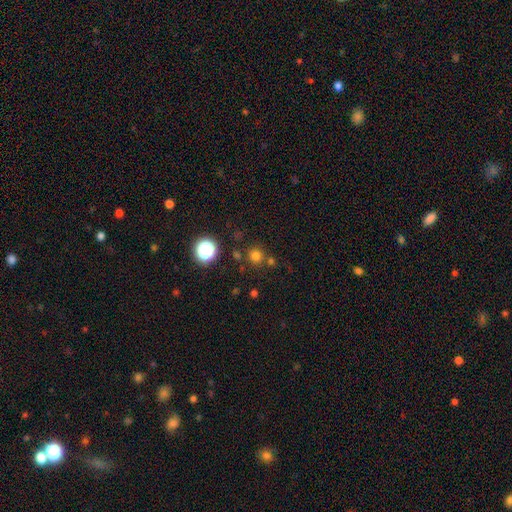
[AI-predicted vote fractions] This is likely a smooth galaxy (71%). How rounded: clearly round (93%). Merging: likely none (76%).